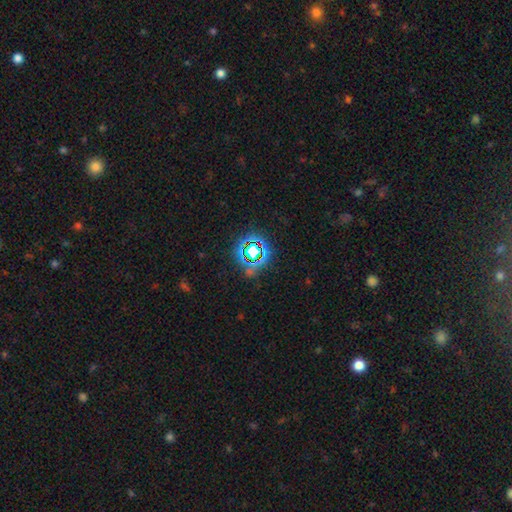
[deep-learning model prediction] Overall: star or artifact (77%).